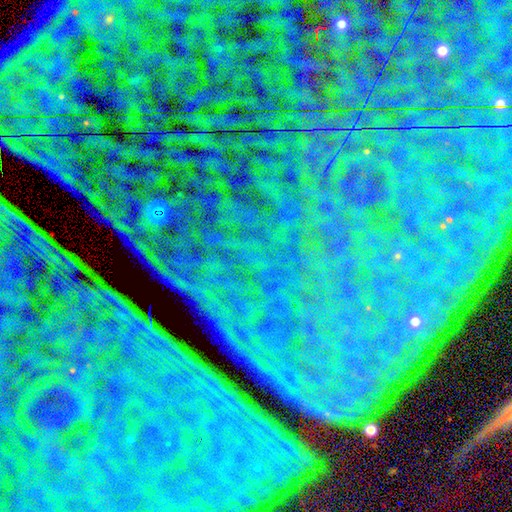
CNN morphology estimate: A star or artifact, not a galaxy (86%).